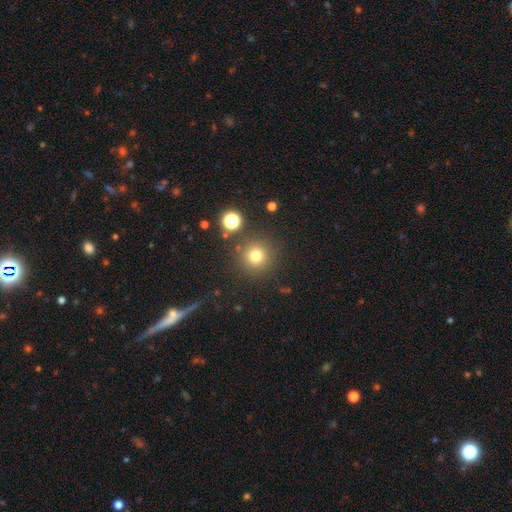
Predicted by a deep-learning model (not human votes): Smooth or featured?
  - smooth: 75% *
  - star or artifact: 17%
  - featured or disk: 8%
How rounded?
  - round: 95% *
  - in between: 4%
  - cigar-shaped: 1%
Merging?
  - none: 86% *
  - minor disturbance: 7%
  - merger: 4%
  - major disturbance: 3%